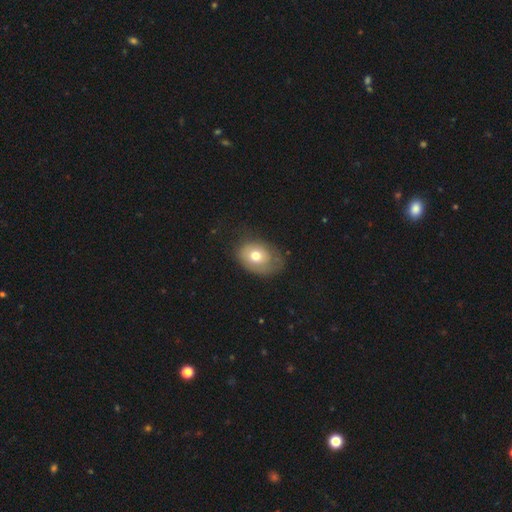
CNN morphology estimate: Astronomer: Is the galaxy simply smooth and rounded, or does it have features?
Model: smooth — 66%.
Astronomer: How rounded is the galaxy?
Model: in between — 68%.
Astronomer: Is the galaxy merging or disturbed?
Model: none — 49% (runner-up: minor disturbance, 31%).